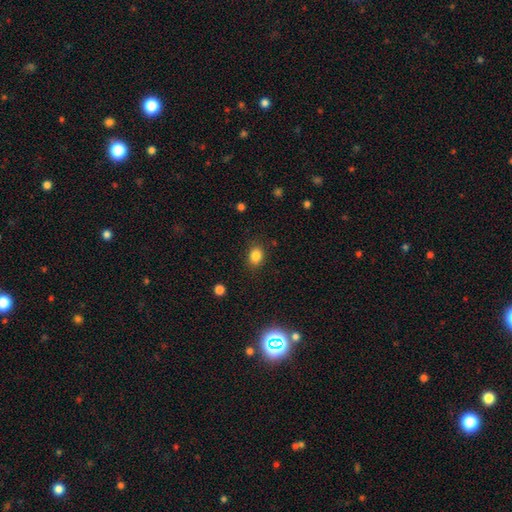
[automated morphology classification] The model was most divided on "how rounded": in between: 61%, round: 37%, cigar-shaped: 1%. More confident: merging — none (85%); smooth or featured — smooth (84%).